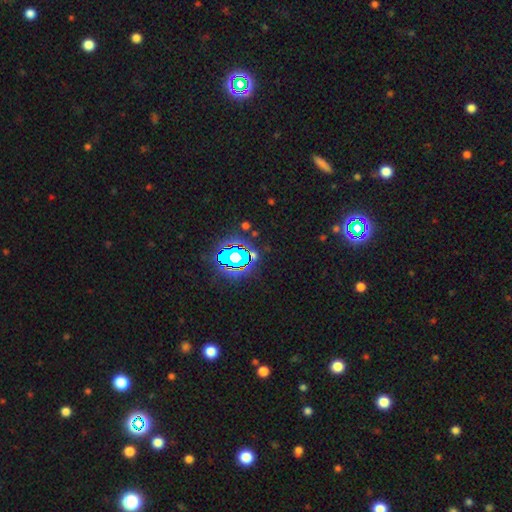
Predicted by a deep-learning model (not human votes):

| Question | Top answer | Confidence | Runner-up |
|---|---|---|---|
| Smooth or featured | star or artifact | 82% | smooth (11%) |